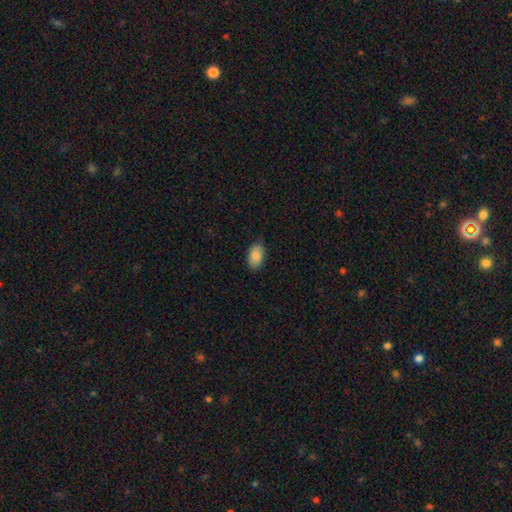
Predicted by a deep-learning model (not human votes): The model was most divided on "merging": none: 82%, minor disturbance: 14%, major disturbance: 3%, merger: 1%. More confident: how rounded — in between (93%); smooth or featured — smooth (87%).